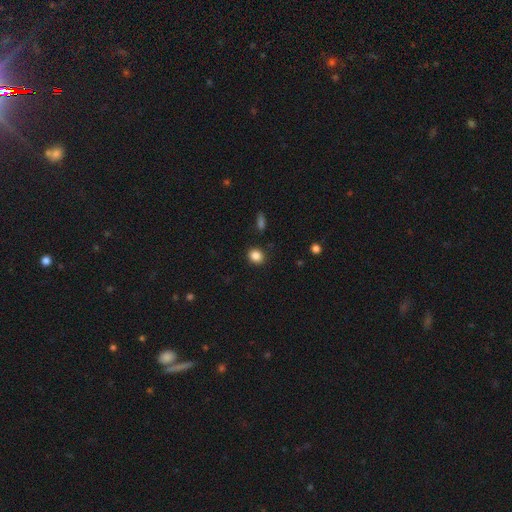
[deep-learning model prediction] Q: Smooth or featured?
A: smooth (86%); runner-up: star or artifact (10%)
Q: How rounded?
A: round (77%); runner-up: in between (22%)
Q: Merging?
A: none (89%); runner-up: minor disturbance (7%)